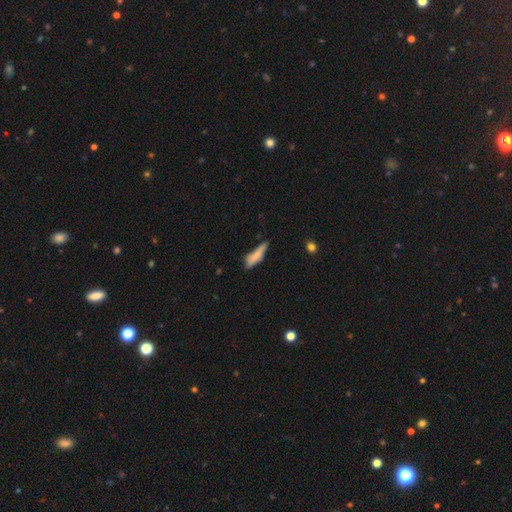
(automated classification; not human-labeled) A smooth galaxy with no disk features (76%) that is cigar-shaped (69%).

Vote fractions:
- Smooth or featured? smooth: 76% / featured or disk: 16% / star or artifact: 8%
- How rounded? cigar-shaped: 69% / in between: 29% / round: 2%
- Merging? none: 50% / minor disturbance: 34% / major disturbance: 11% / merger: 5%